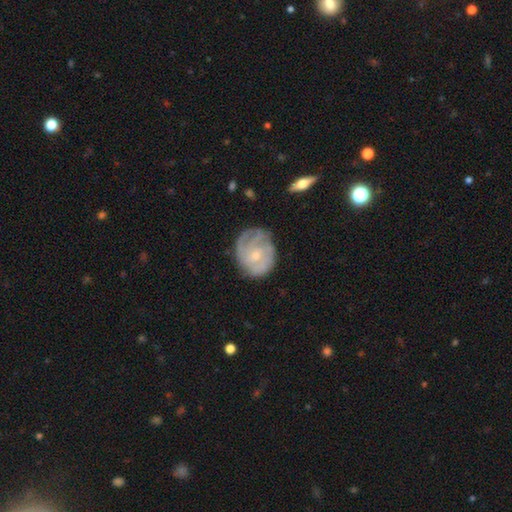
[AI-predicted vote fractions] The model was most divided on "spiral arm count": can't tell: 39%, 3: 23%, 2: 19%, 4: 9%, 1: 5%, more than 4: 5%. More confident: edge-on disk — no (98%); spiral arms — yes (87%); smooth or featured — featured or disk (73%); bulge size — small (70%); bar — no (69%); merging — none (63%); spiral winding — tight (56%).